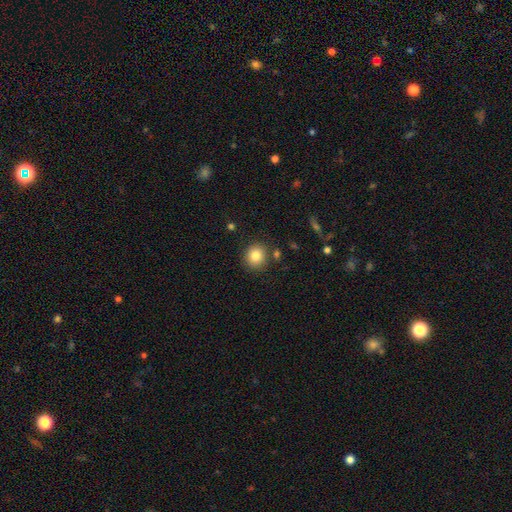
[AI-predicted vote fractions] smooth_or_featured: smooth (p=0.82) [alt: star or artifact p=0.10]
how_rounded: round (p=0.86) [alt: in between p=0.13]
merging: none (p=0.85) [alt: minor disturbance p=0.08]